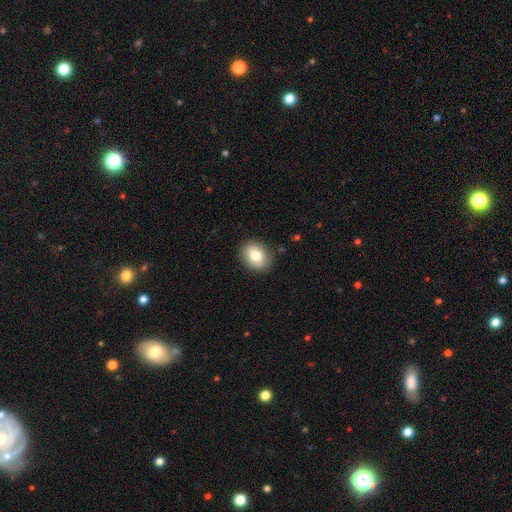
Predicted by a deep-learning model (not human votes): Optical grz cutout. It shows a smooth galaxy with no disk features (79%) that is in between round and cigar-shaped (52%). Merging: none (88%).